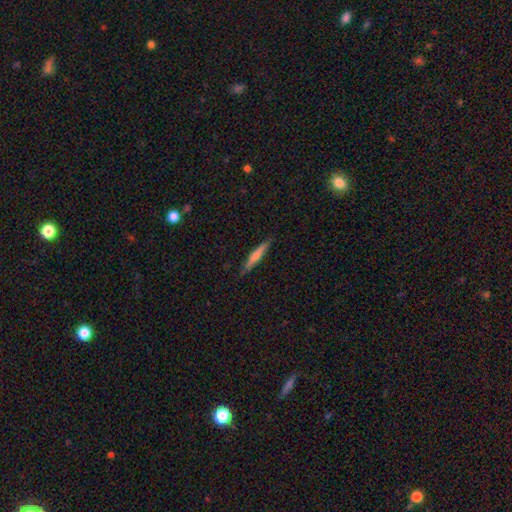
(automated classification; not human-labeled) This appears to be a smooth galaxy with no disk features (50%). Merging: none (87%).